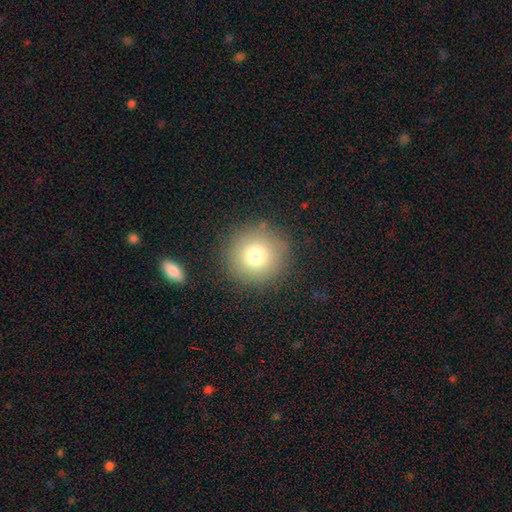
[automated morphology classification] The model was most divided on "smooth or featured": smooth: 78%, star or artifact: 12%, featured or disk: 11%. More confident: how rounded — round (95%); merging — none (87%).